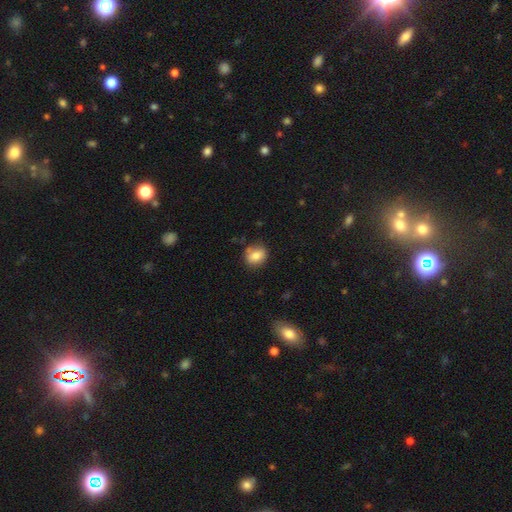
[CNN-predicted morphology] A smooth galaxy with no disk features (80%) that is in between round and cigar-shaped (51%).

Vote fractions:
- Smooth or featured? smooth: 80% / featured or disk: 11% / star or artifact: 9%
- How rounded? in between: 51% / round: 48% / cigar-shaped: 1%
- Merging? none: 74% / minor disturbance: 18% / merger: 5% / major disturbance: 4%